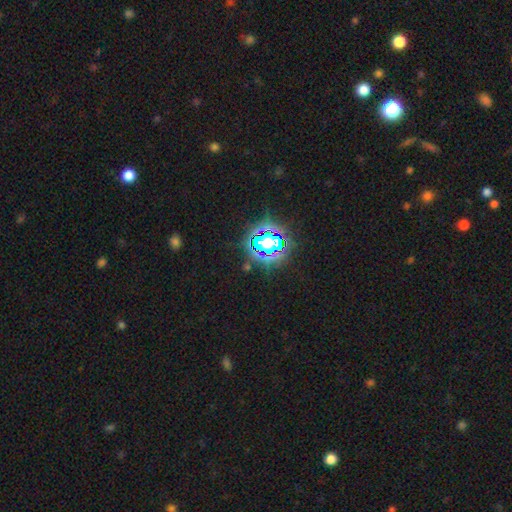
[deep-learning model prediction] smooth_or_featured: star or artifact (p=0.77) [alt: smooth p=0.15]